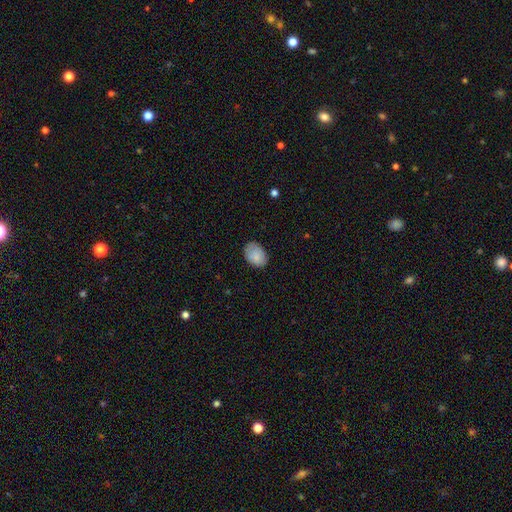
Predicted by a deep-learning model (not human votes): Smooth or featured: smooth — 84% (featured or disk — 8%)
How rounded: in between — 76% (round — 23%)
Merging: none — 75% (minor disturbance — 20%)